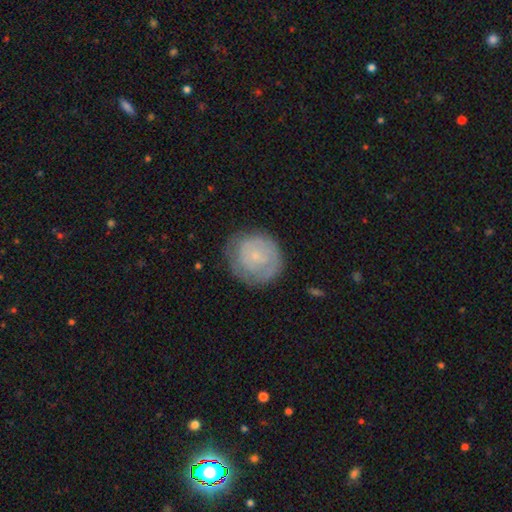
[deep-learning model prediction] A smooth galaxy with no disk features (50%).

Vote fractions:
- Smooth or featured? smooth: 50% / featured or disk: 43% / star or artifact: 7%
- Merging? none: 69% / minor disturbance: 21% / major disturbance: 8% / merger: 1%